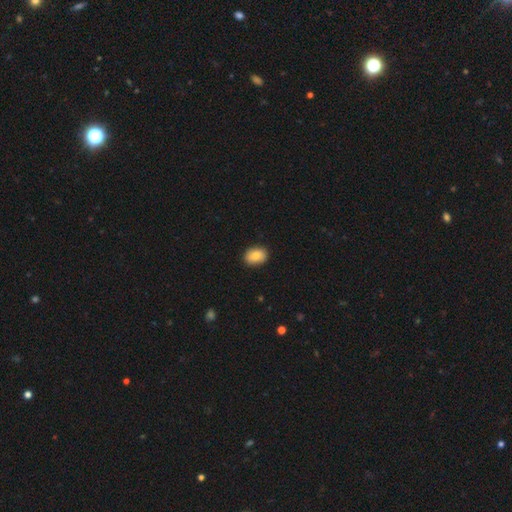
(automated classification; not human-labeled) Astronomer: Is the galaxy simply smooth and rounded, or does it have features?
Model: smooth — 82%.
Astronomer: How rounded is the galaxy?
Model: in between — 72%.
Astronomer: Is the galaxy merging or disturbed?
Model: none — 88%.